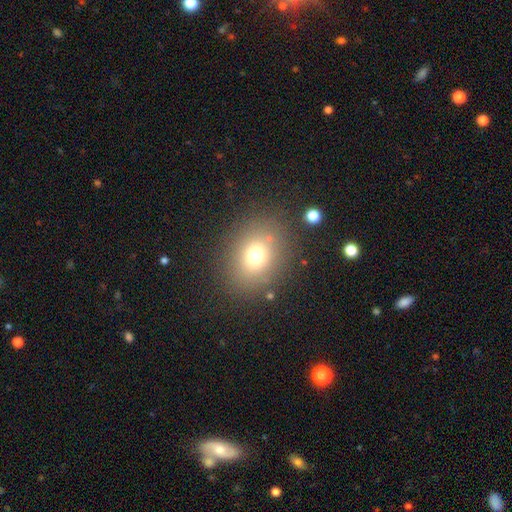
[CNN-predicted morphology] Smooth or featured? smooth (70%)
How rounded? round (57%)
Merging? none (82%)